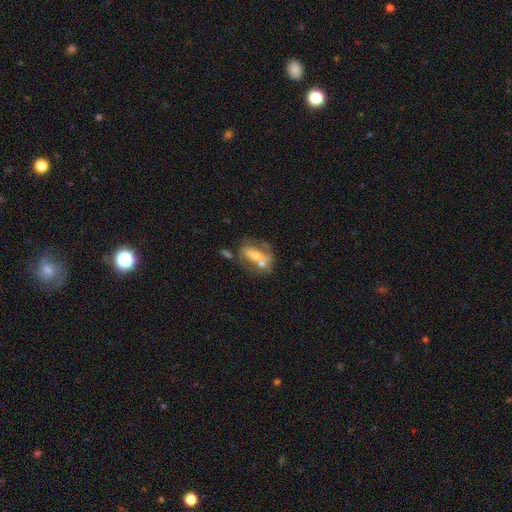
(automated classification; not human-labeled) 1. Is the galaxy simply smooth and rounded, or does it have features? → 46% featured or disk, 45% smooth, 9% star or artifact.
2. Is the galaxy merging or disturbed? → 40% merger, 32% none, 16% minor disturbance, 12% major disturbance.